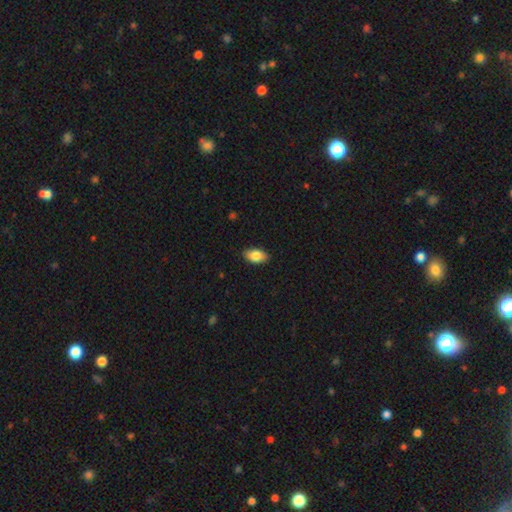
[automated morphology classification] The model was most divided on "smooth or featured": smooth: 83%, featured or disk: 10%, star or artifact: 7%. More confident: how rounded — in between (92%); merging — none (88%).